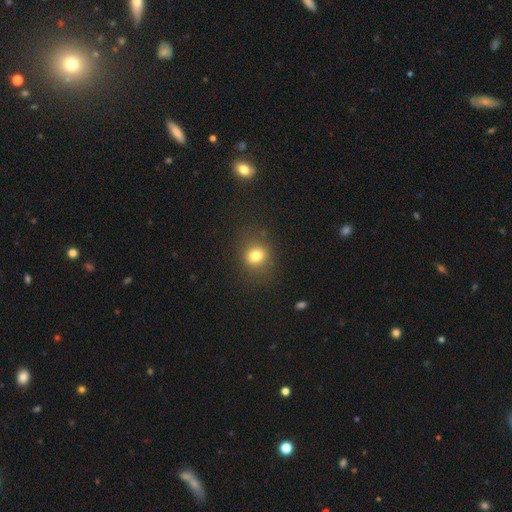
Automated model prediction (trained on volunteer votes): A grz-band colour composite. It shows a smooth galaxy with no disk features (78%) that is round (72%). Merging: none (80%).